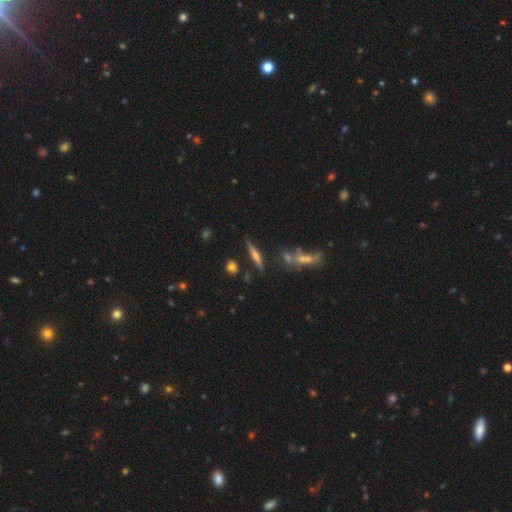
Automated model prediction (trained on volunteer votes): Smooth or featured? Predicted: featured or disk (p=0.54). Edge-on disk? Predicted: yes (p=0.94). Edge-on bulge? Predicted: rounded (p=0.71). Merging? Predicted: none (p=0.75).